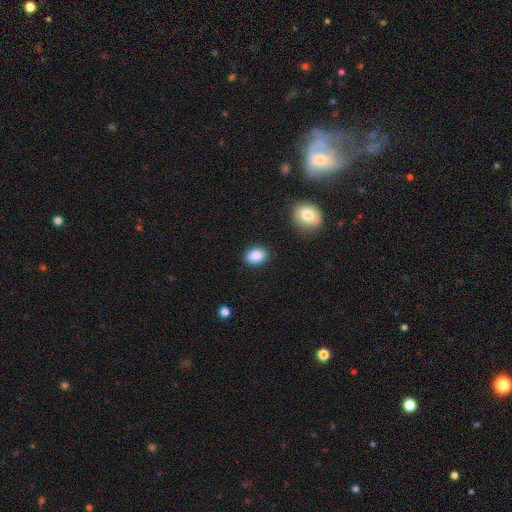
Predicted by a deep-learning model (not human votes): Smooth or featured?
  - smooth: 87% *
  - star or artifact: 8%
  - featured or disk: 5%
How rounded?
  - in between: 73% *
  - round: 26%
  - cigar-shaped: 1%
Merging?
  - none: 87% *
  - minor disturbance: 9%
  - major disturbance: 2%
  - merger: 2%